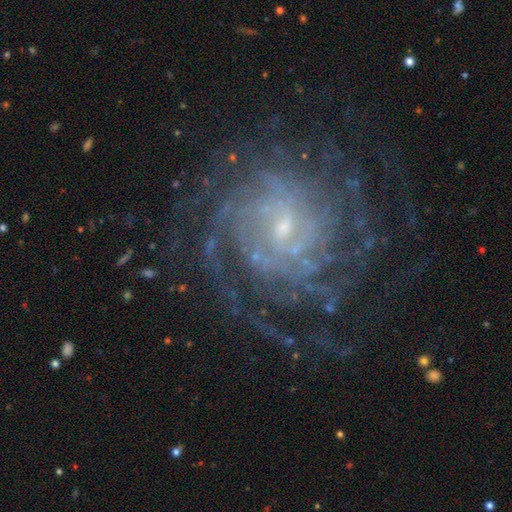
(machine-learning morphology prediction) This appears to be a featured or disk galaxy (89%) with a weak bar (49%), tight (66%) spiral arms (97%) and a small central bulge (74%). Merging: none (73%).